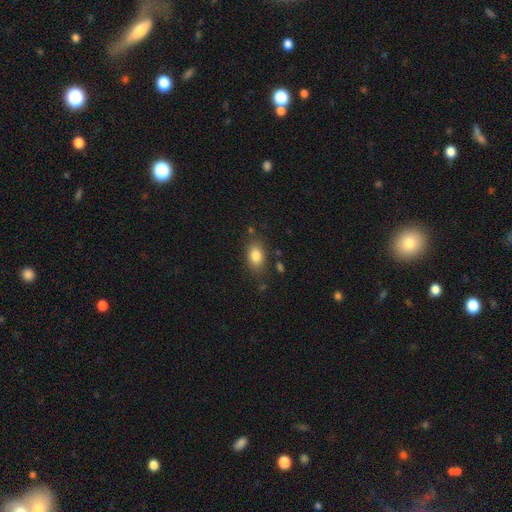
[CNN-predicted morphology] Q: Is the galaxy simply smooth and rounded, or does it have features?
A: smooth — 83%.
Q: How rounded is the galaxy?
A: in between — 83%.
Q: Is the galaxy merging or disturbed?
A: none — 80%.